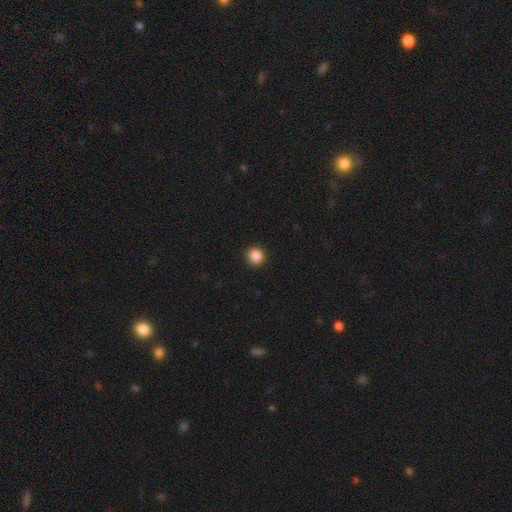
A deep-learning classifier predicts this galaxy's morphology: type=smooth (87%); roundness=round (93%); merging=none (92%).